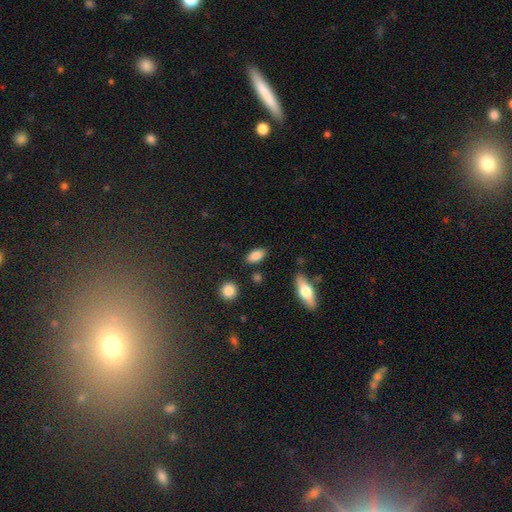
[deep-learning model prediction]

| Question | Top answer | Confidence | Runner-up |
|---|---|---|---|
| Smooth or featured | smooth | 84% | featured or disk (8%) |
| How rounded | in between | 89% | cigar-shaped (7%) |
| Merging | none | 84% | minor disturbance (10%) |